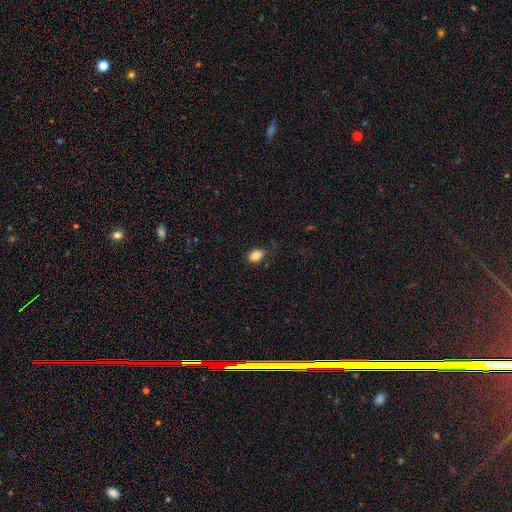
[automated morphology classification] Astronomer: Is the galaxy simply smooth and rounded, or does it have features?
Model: smooth — 84%.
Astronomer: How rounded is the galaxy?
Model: in between — 85%.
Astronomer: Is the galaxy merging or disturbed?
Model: none — 77%.